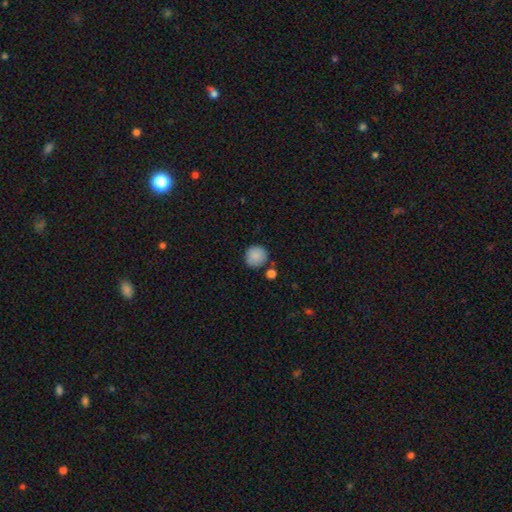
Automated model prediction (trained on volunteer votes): This is clearly a smooth galaxy (87%). How rounded: clearly round (92%). Merging: likely none (79%).